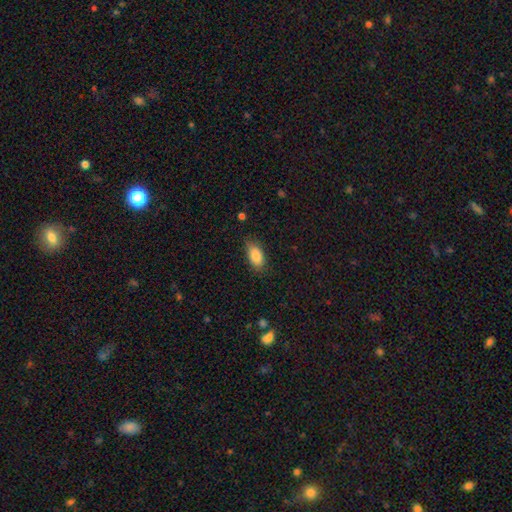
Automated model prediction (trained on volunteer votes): Smooth or featured? Predicted: smooth (p=0.86). How rounded? Predicted: in between (p=0.91). Merging? Predicted: none (p=0.81).